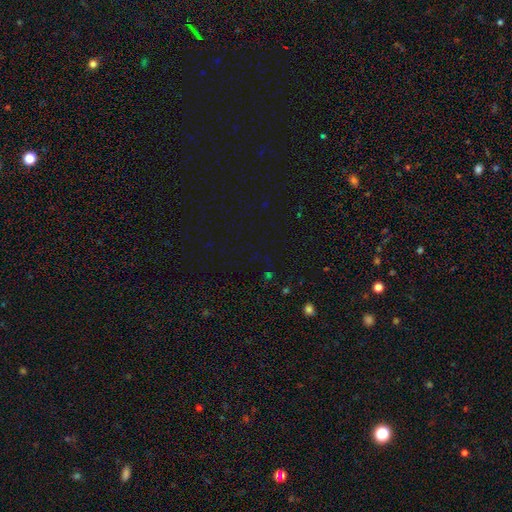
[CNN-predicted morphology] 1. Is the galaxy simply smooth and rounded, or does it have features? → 69% star or artifact, 25% smooth, 7% featured or disk.